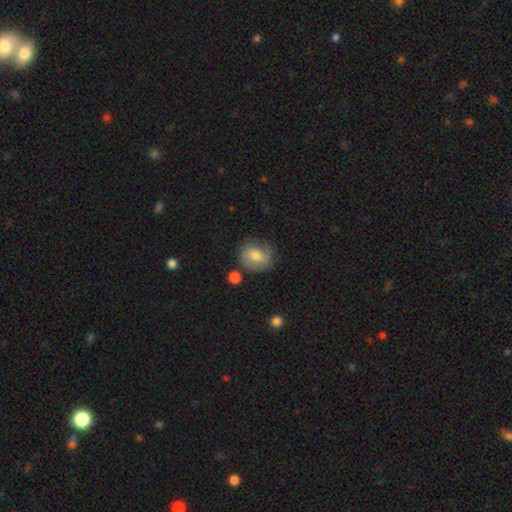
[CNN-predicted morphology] A smooth galaxy with no disk features (65%) that is round (70%).

Vote fractions:
- Smooth or featured? smooth: 65% / featured or disk: 27% / star or artifact: 8%
- How rounded? round: 70% / in between: 29% / cigar-shaped: 1%
- Merging? none: 68% / minor disturbance: 21% / major disturbance: 7% / merger: 5%